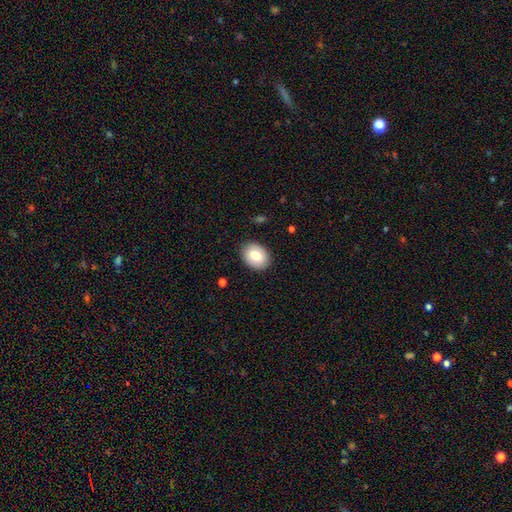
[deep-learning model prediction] Smooth or featured? Predicted: smooth (p=0.79). How rounded? Predicted: in between (p=0.62). Merging? Predicted: none (p=0.88).